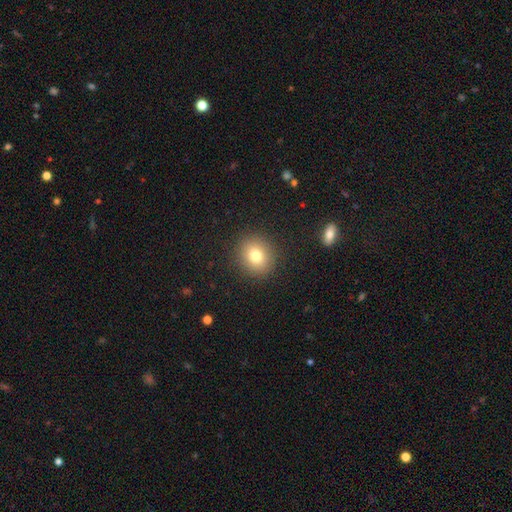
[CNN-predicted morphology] This appears to be a smooth galaxy with no disk features (78%) that is round (81%). Merging: none (90%).